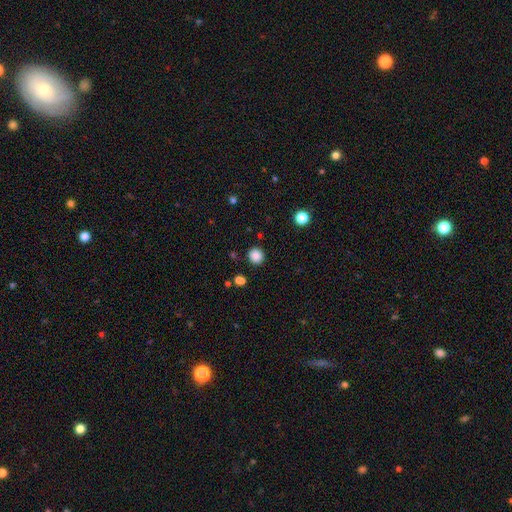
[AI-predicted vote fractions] Overall: smooth (86%). How rounded: round (91%). Merging: none (90%).